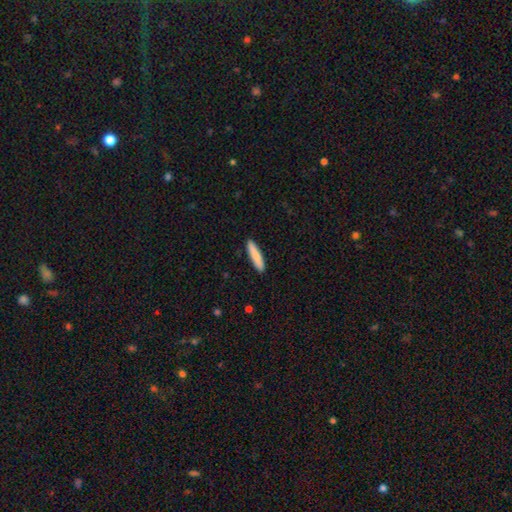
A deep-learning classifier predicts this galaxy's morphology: Overall: smooth (82%). How rounded: cigar-shaped (86%). Merging: none (91%).